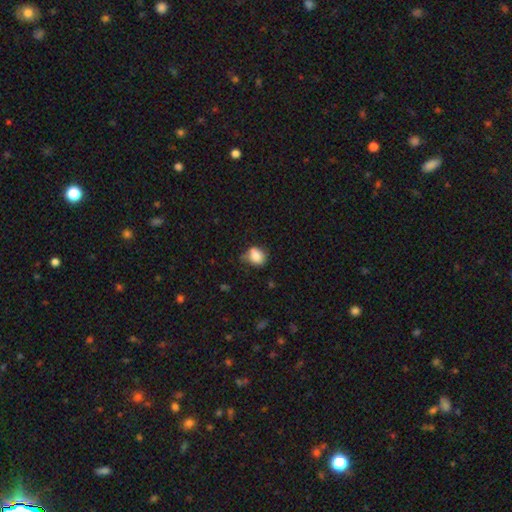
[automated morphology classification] Smooth or featured?
  - smooth: 82% *
  - star or artifact: 9%
  - featured or disk: 9%
How rounded?
  - in between: 58% *
  - round: 41%
  - cigar-shaped: 1%
Merging?
  - none: 48% *
  - minor disturbance: 35%
  - major disturbance: 11%
  - merger: 6%